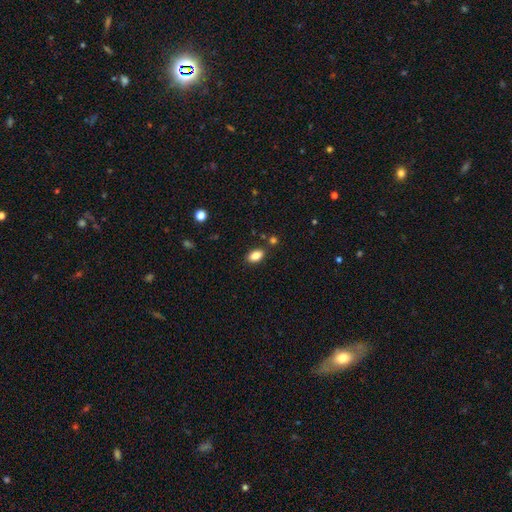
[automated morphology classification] The model was most divided on "merging": none: 83%, minor disturbance: 10%, merger: 5%, major disturbance: 2%. More confident: how rounded — in between (90%); smooth or featured — smooth (85%).